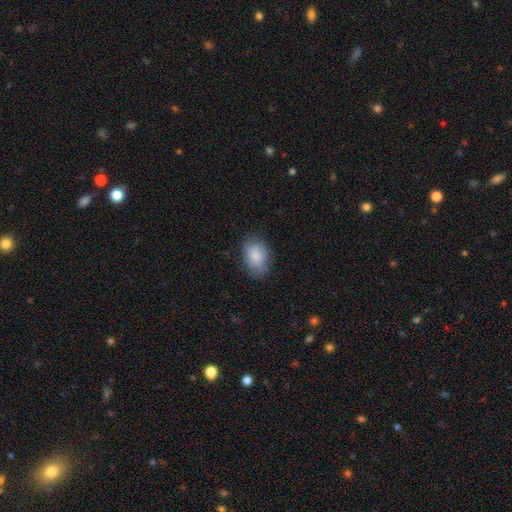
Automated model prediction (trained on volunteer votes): The model was most divided on "merging": none: 72%, minor disturbance: 21%, major disturbance: 6%, merger: 1%. More confident: how rounded — in between (83%); smooth or featured — smooth (83%).